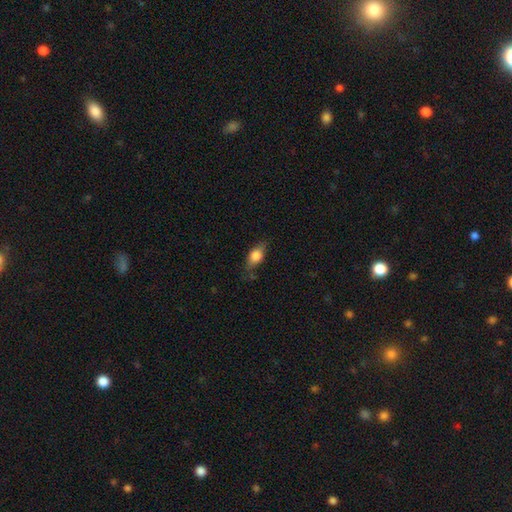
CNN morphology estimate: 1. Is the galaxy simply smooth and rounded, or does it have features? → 75% smooth, 17% featured or disk, 8% star or artifact.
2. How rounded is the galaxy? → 80% in between, 11% round, 9% cigar-shaped.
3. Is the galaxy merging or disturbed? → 67% none, 25% minor disturbance, 7% major disturbance, 2% merger.